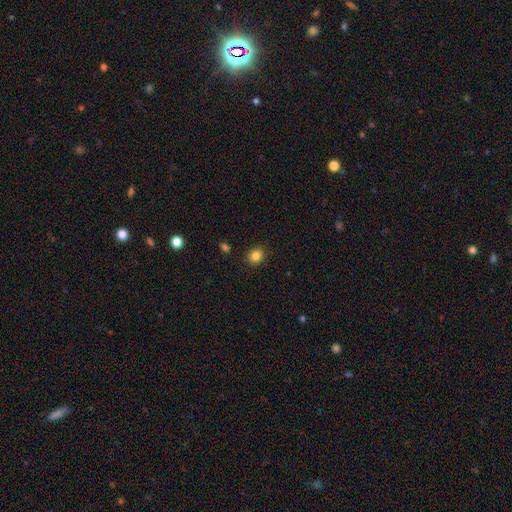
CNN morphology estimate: smooth_or_featured: smooth (p=0.83) [alt: star or artifact p=0.12]
how_rounded: round (p=0.69) [alt: in between p=0.30]
merging: none (p=0.88) [alt: minor disturbance p=0.08]